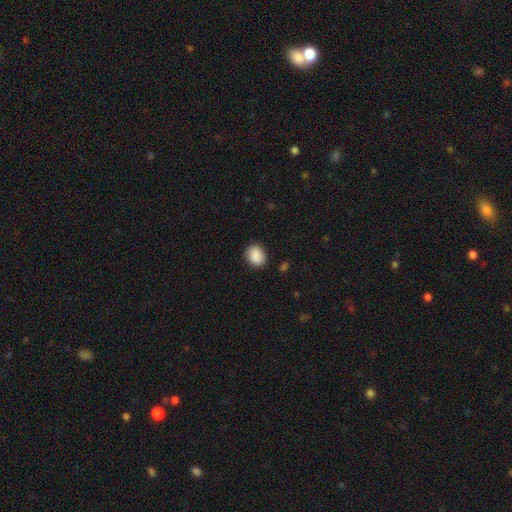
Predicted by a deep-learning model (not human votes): smooth_or_featured: smooth (p=0.90) [alt: star or artifact p=0.07]
how_rounded: in between (p=0.54) [alt: round p=0.45]
merging: none (p=0.86) [alt: minor disturbance p=0.10]